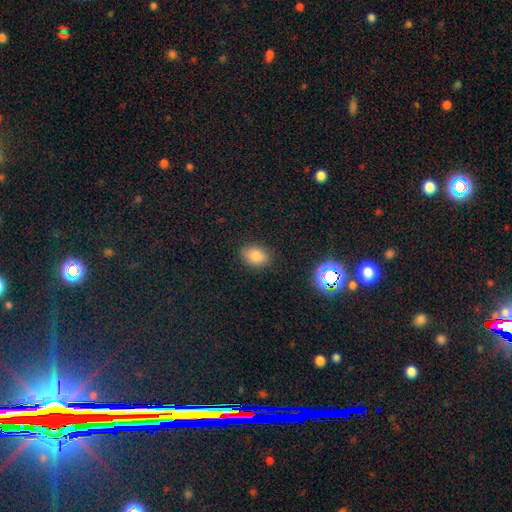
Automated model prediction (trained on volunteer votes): Overall: smooth (80%). How rounded: in between (72%). Merging: none (85%).